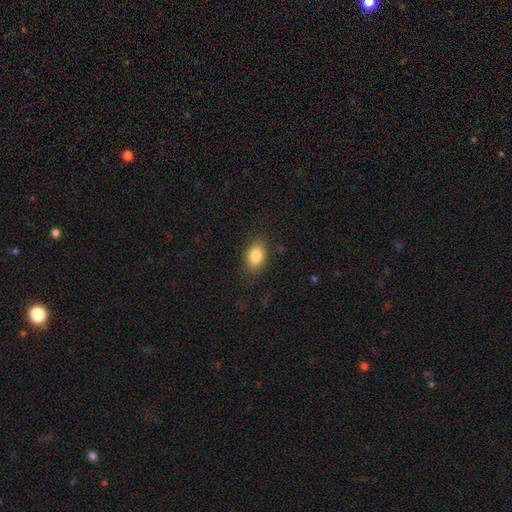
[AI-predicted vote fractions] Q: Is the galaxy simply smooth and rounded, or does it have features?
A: smooth — 84%.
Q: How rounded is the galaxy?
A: in between — 85%.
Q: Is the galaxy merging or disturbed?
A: none — 84%.